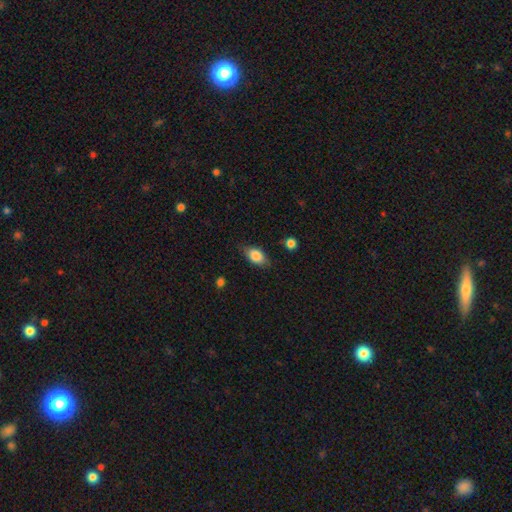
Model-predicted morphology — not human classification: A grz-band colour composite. It shows a smooth galaxy with no disk features (83%) that is in between round and cigar-shaped (86%). Merging: none (78%).